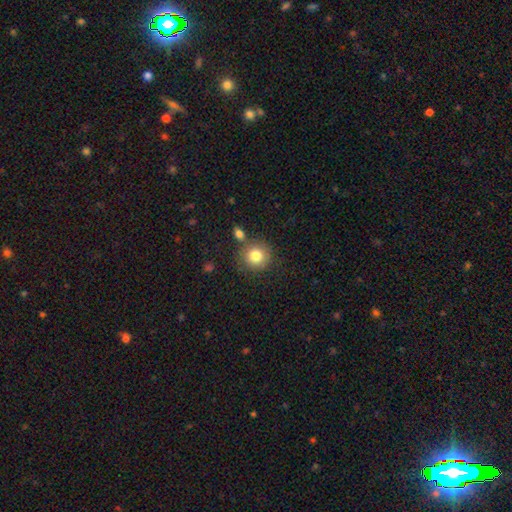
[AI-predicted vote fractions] A smooth galaxy with no disk features (81%) that is round (90%).

Vote fractions:
- Smooth or featured? smooth: 81% / star or artifact: 10% / featured or disk: 9%
- How rounded? round: 90% / in between: 9% / cigar-shaped: 1%
- Merging? none: 75% / merger: 11% / minor disturbance: 10% / major disturbance: 3%